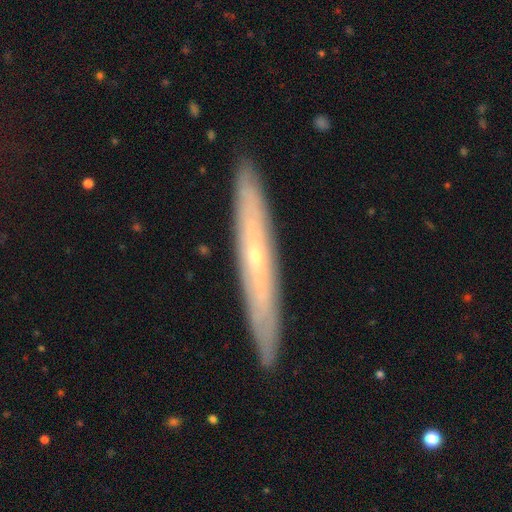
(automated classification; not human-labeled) The model was most divided on "edge-on bulge": rounded: 57%, none: 41%, boxy: 2%. More confident: merging — none (90%); edge-on disk — yes (80%); smooth or featured — featured or disk (71%).